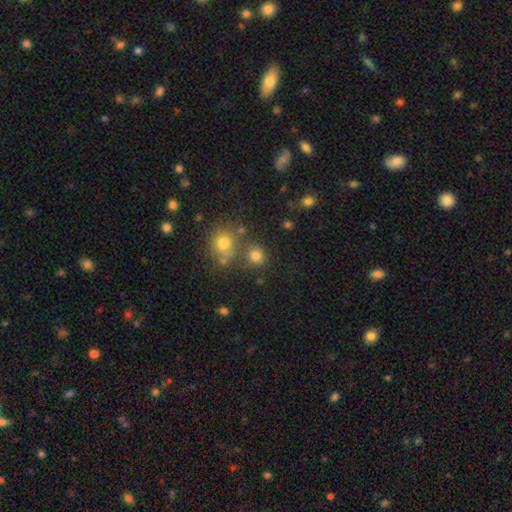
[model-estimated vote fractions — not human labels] Q: Smooth or featured?
A: smooth (77%); runner-up: star or artifact (17%)
Q: How rounded?
A: round (87%); runner-up: in between (12%)
Q: Merging?
A: none (70%); runner-up: merger (17%)